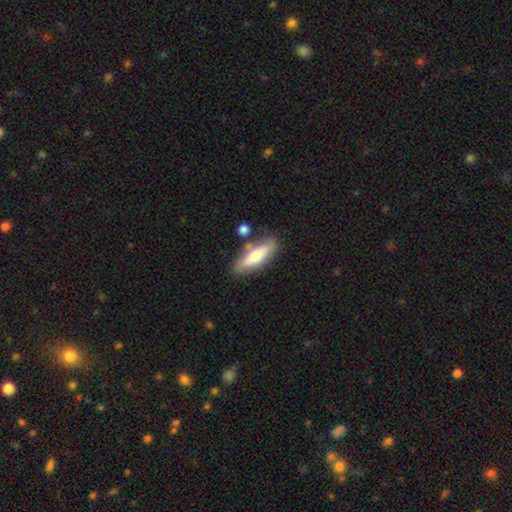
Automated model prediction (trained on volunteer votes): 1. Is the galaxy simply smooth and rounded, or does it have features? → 64% smooth, 30% featured or disk, 6% star or artifact.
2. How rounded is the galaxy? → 50% cigar-shaped, 48% in between, 2% round.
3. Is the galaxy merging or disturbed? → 74% none, 14% minor disturbance, 9% merger, 3% major disturbance.